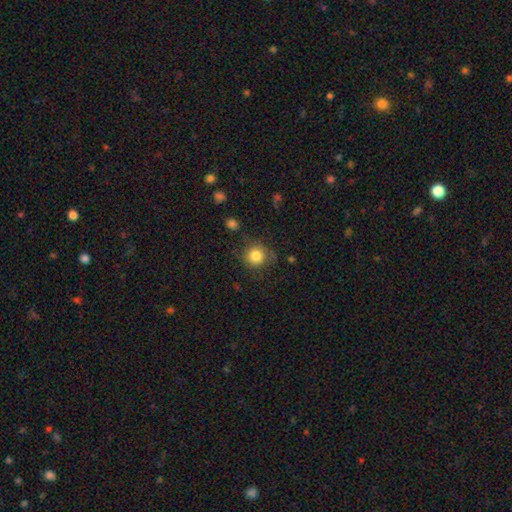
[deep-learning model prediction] A smooth galaxy with no disk features (83%) that is round (90%).

Vote fractions:
- Smooth or featured? smooth: 83% / star or artifact: 10% / featured or disk: 7%
- How rounded? round: 90% / in between: 9% / cigar-shaped: 1%
- Merging? none: 75% / minor disturbance: 17% / major disturbance: 6% / merger: 2%